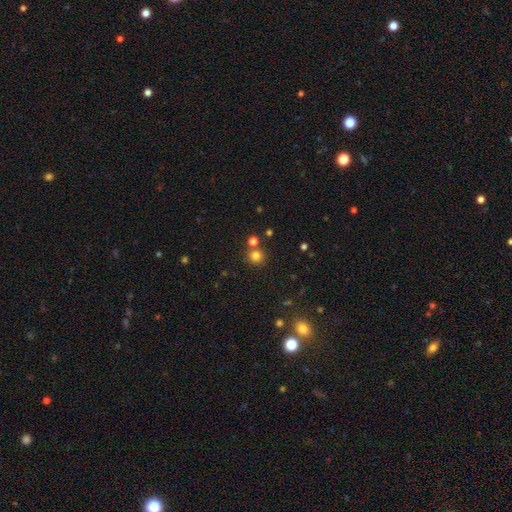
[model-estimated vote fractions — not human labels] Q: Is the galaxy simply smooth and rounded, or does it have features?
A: smooth — 78%.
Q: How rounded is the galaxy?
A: round — 93%.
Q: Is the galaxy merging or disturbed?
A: none — 76%.